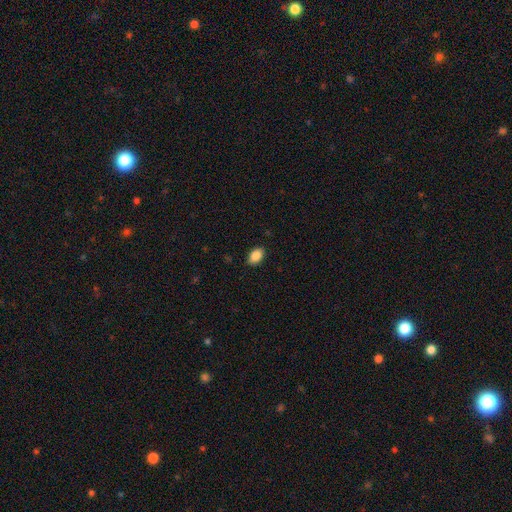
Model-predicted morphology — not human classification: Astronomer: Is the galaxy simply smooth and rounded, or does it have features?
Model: smooth — 87%.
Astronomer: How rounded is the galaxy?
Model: in between — 90%.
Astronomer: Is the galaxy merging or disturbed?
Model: none — 88%.